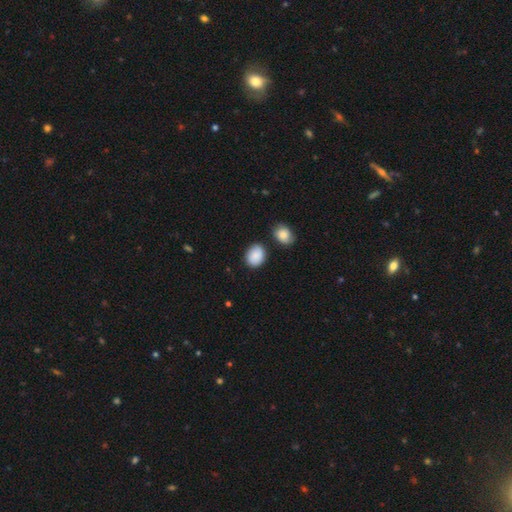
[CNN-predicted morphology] Overall: smooth (87%). How rounded: in between (57%; round 42%). Merging: none (75%).